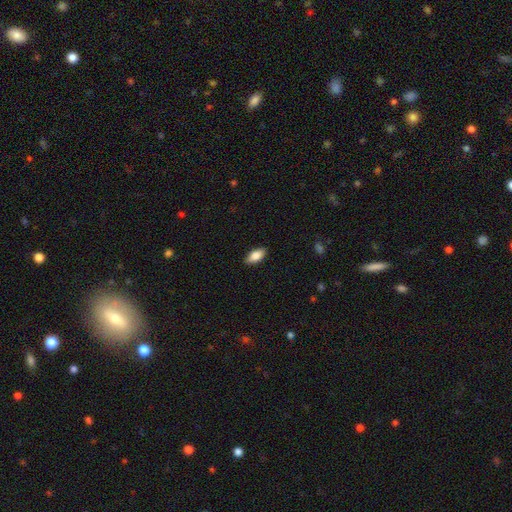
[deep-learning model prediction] smooth-or-featured: smooth: 84% | featured or disk: 9% | star or artifact: 7%
  how-rounded: in between: 90% | cigar-shaped: 7% | round: 3%
  merging: none: 88% | minor disturbance: 9% | major disturbance: 2% | merger: 1%